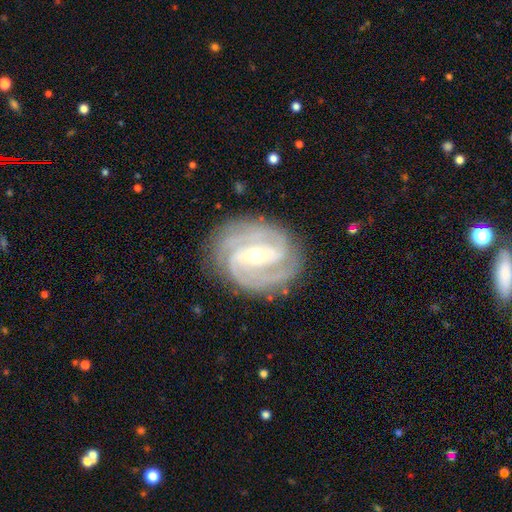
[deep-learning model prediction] Smooth or featured: featured or disk — 91% (smooth — 4%)
Edge-on disk: no — 97% (yes — 3%)
Bar: strong — 52% (weak — 36%)
Spiral arms: yes — 98% (no — 2%)
Spiral winding: tight — 60% (medium — 35%)
Spiral arm count: 2 — 38% (3 — 36%)
Bulge size: moderate — 54% (small — 42%)
Merging: none — 82% (minor disturbance — 13%)